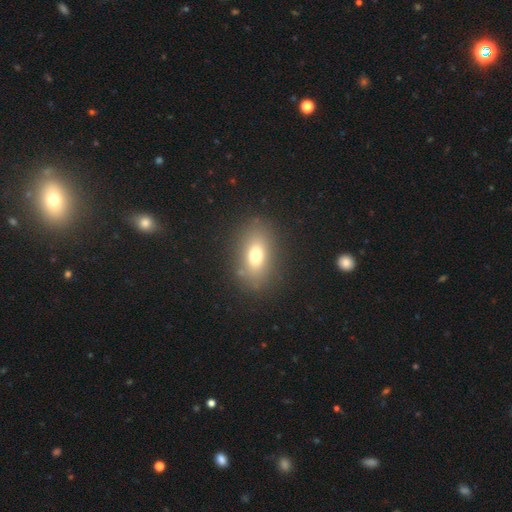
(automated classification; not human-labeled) smooth 72%, featured or disk 16%, star or artifact 12%. Down the decision tree: how rounded — in between (80%); merging — none (83%).